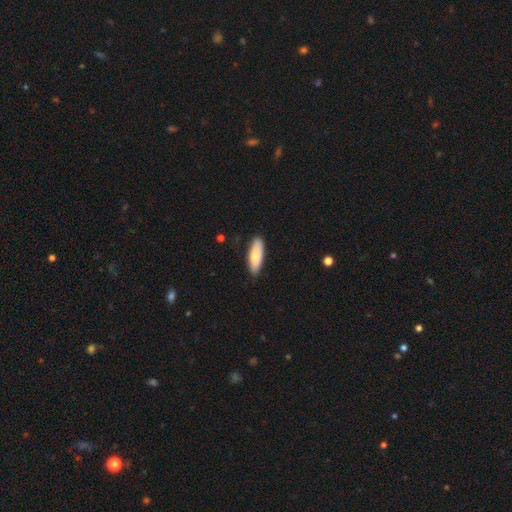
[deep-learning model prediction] Q: Smooth or featured?
A: smooth (79%); runner-up: featured or disk (16%)
Q: How rounded?
A: in between (61%); runner-up: cigar-shaped (38%)
Q: Merging?
A: none (86%); runner-up: minor disturbance (11%)